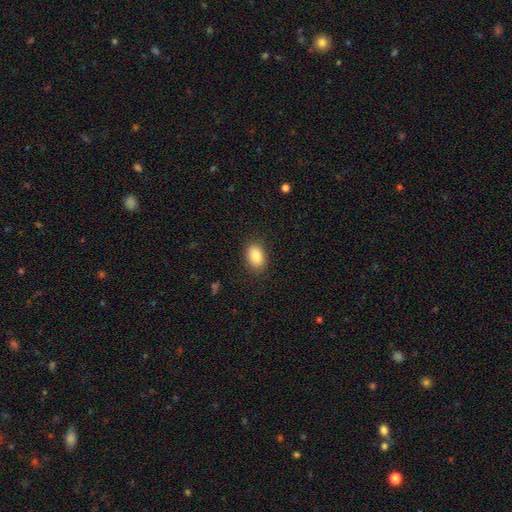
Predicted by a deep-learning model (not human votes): smooth-or-featured: smooth: 87% | star or artifact: 8% | featured or disk: 6%
  how-rounded: in between: 85% | round: 13% | cigar-shaped: 1%
  merging: none: 87% | minor disturbance: 9% | major disturbance: 3% | merger: 1%